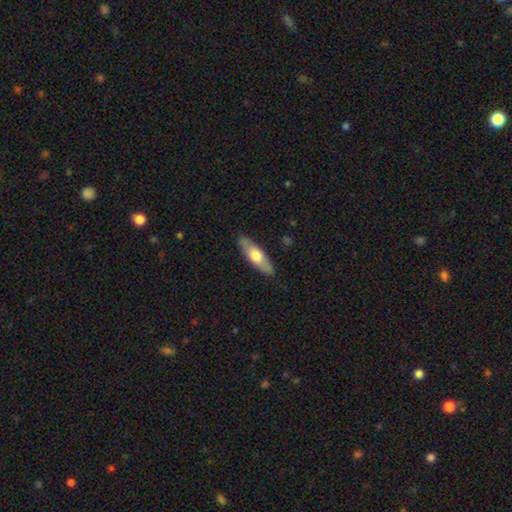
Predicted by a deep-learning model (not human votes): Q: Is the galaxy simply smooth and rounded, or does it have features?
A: smooth — 58%.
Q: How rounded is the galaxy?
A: cigar-shaped — 51%.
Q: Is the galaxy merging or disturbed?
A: none — 87%.